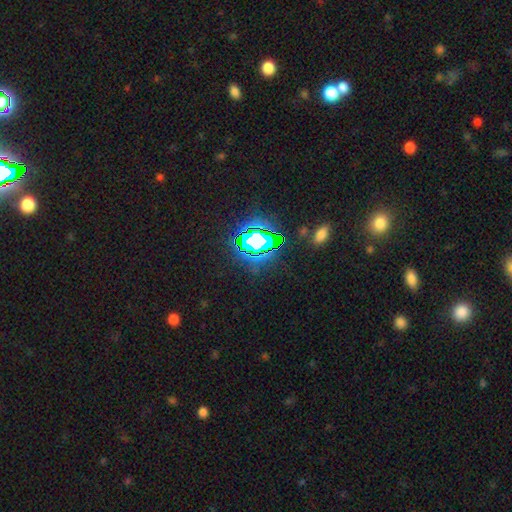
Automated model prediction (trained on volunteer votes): star or artifact 79%, smooth 14%, featured or disk 7%.